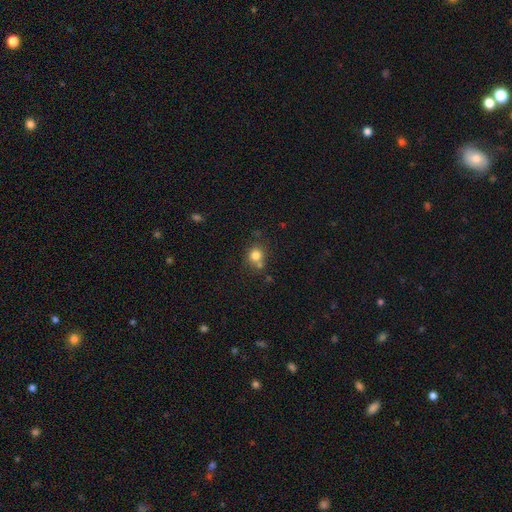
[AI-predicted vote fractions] Overall: smooth (79%). How rounded: round (83%). Merging: none (60%; merger 22%).